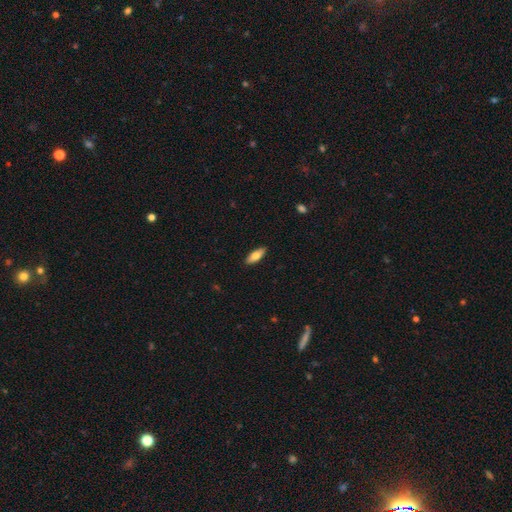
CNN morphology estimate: Q: Smooth or featured?
A: smooth (73%); runner-up: featured or disk (21%)
Q: How rounded?
A: in between (73%); runner-up: cigar-shaped (25%)
Q: Merging?
A: none (90%); runner-up: minor disturbance (8%)